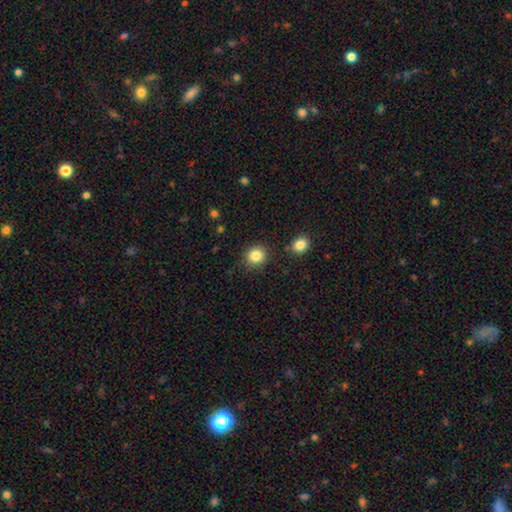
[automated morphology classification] smooth-or-featured: smooth: 84% | star or artifact: 11% | featured or disk: 5%
  how-rounded: round: 87% | in between: 12% | cigar-shaped: 1%
  merging: none: 86% | minor disturbance: 8% | merger: 3% | major disturbance: 3%